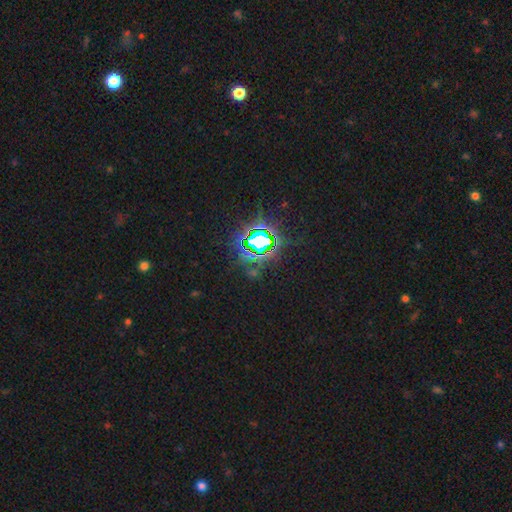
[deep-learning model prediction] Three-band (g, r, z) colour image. It shows a star or artifact, not a galaxy (84%).